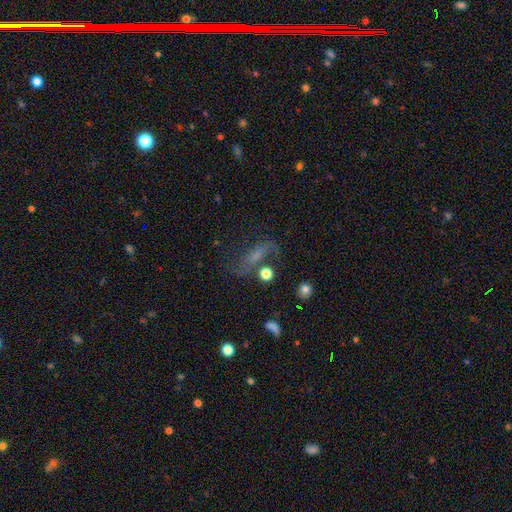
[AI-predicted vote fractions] Q: Smooth or featured?
A: featured or disk (54%); runner-up: smooth (27%)
Q: Edge-on disk?
A: no (85%); runner-up: yes (15%)
Q: Merging?
A: none (52%); runner-up: major disturbance (22%)